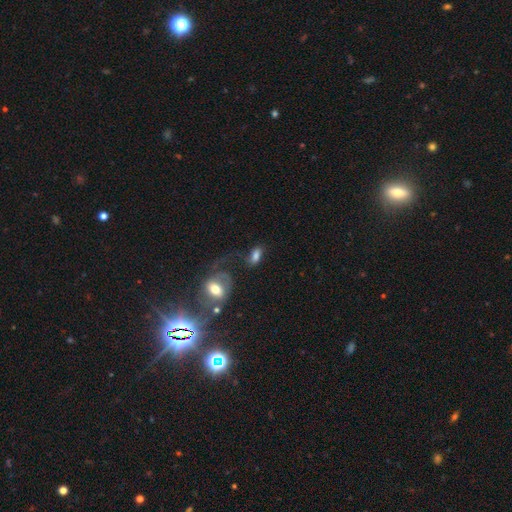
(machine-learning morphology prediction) Smooth or featured? smooth (73%)
How rounded? in between (87%)
Merging? none (46%)